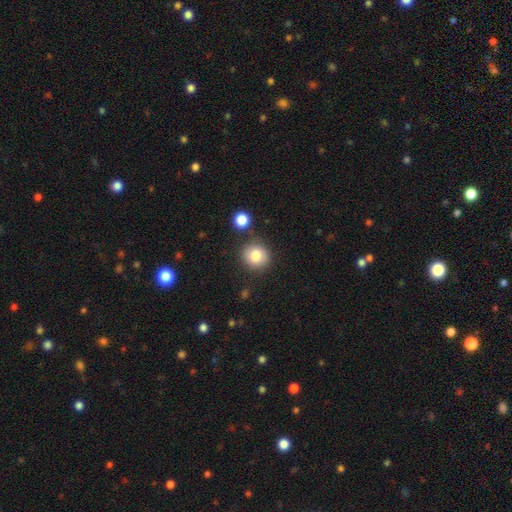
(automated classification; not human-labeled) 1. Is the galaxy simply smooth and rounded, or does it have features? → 81% smooth, 10% star or artifact, 9% featured or disk.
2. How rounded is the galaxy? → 89% round, 10% in between, 1% cigar-shaped.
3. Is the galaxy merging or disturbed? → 80% none, 10% minor disturbance, 7% merger, 3% major disturbance.